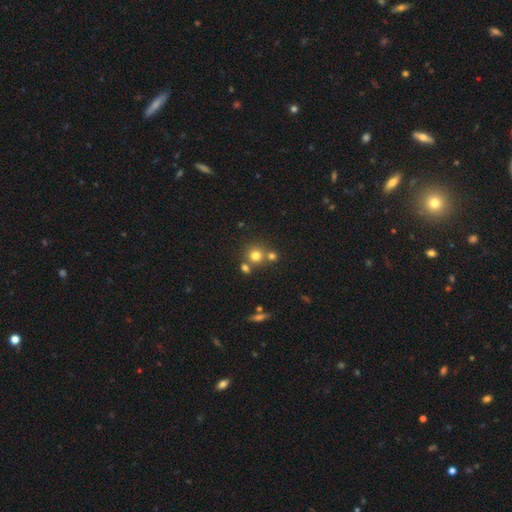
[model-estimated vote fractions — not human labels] A smooth galaxy with no disk features (74%) that is round (89%).

Vote fractions:
- Smooth or featured? smooth: 74% / star or artifact: 17% / featured or disk: 10%
- How rounded? round: 89% / in between: 10% / cigar-shaped: 1%
- Merging? none: 60% / merger: 28% / minor disturbance: 8% / major disturbance: 3%